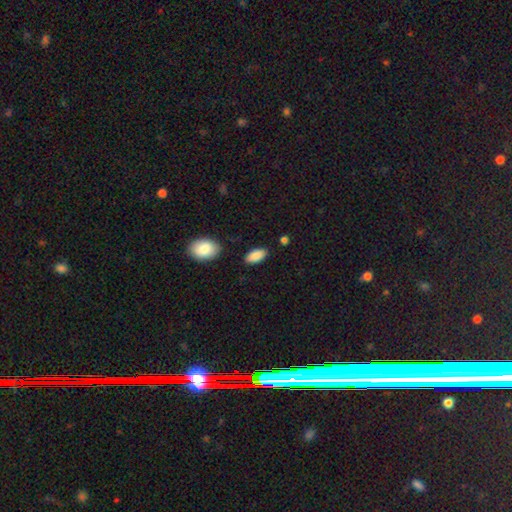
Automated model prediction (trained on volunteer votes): Morphology: type=smooth (88%); roundness=in between (94%); merging=none (86%).